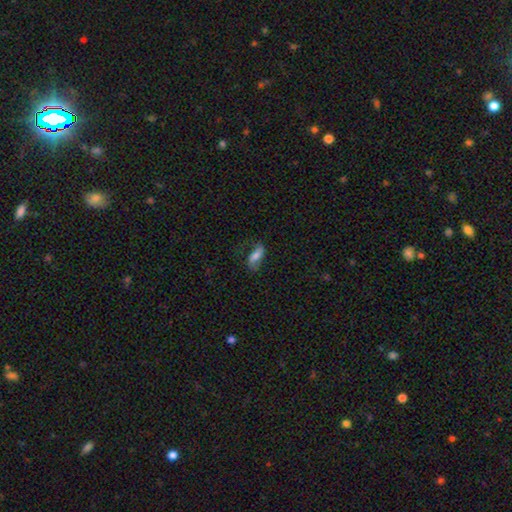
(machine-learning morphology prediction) Q: Smooth or featured?
A: smooth (61%); runner-up: featured or disk (30%)
Q: How rounded?
A: in between (73%); runner-up: cigar-shaped (24%)
Q: Merging?
A: none (64%); runner-up: minor disturbance (22%)